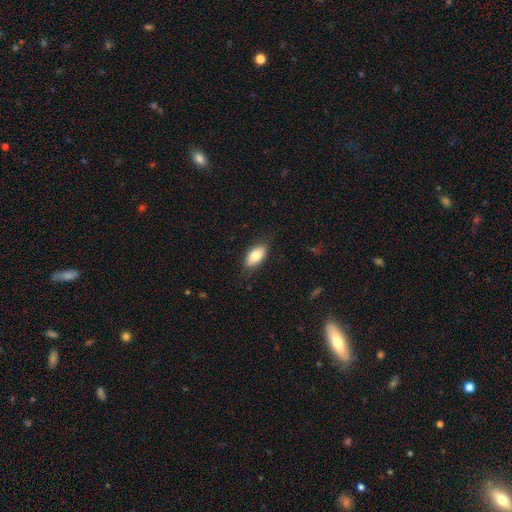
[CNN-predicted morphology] A smooth galaxy with no disk features (79%) that is in between round and cigar-shaped (91%). Merging: none (81%).